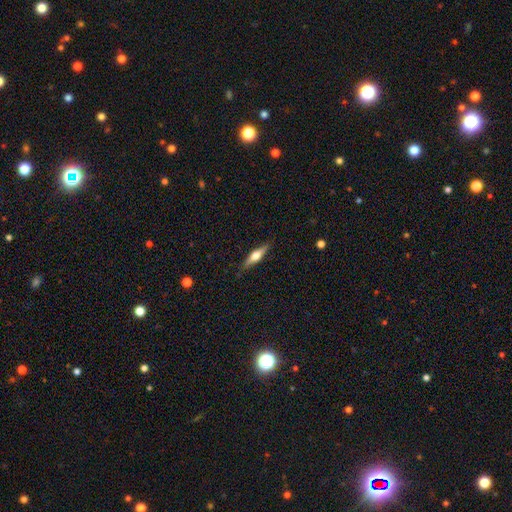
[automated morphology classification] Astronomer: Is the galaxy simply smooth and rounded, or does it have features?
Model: featured or disk — 56% (runner-up: smooth, 38%).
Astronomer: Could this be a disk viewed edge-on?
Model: yes — 95%.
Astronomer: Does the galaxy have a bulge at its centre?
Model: rounded — 92%.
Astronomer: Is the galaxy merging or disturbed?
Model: none — 86%.